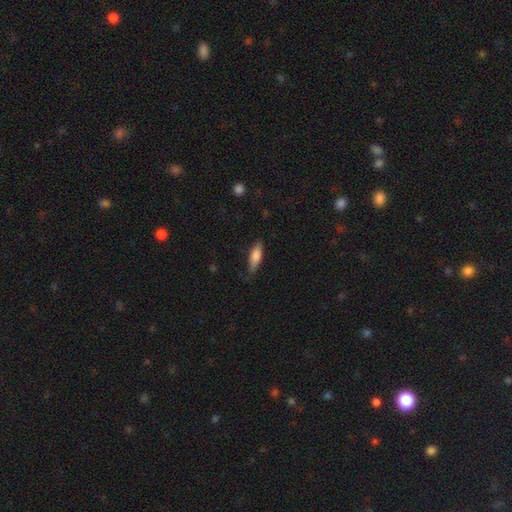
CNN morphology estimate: smooth 80%, featured or disk 14%, star or artifact 6%. Down the decision tree: how rounded — in between (56%); merging — none (77%).